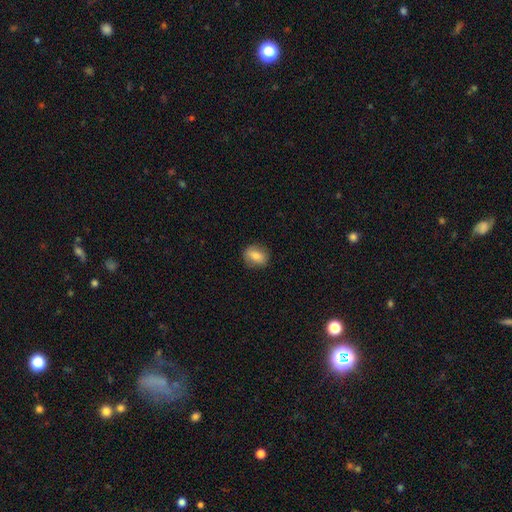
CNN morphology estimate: A smooth galaxy with no disk features (76%) that is round (49%, tied with in between). Merging: none (82%).